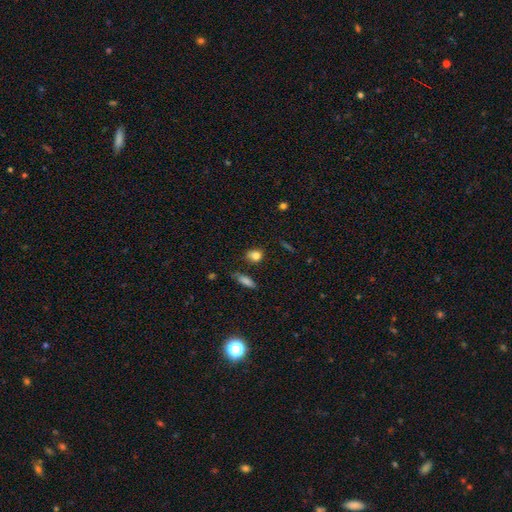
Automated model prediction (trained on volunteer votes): Smooth or featured?
  - smooth: 83% *
  - star or artifact: 10%
  - featured or disk: 7%
How rounded?
  - in between: 53% *
  - round: 43%
  - cigar-shaped: 4%
Merging?
  - none: 73% *
  - minor disturbance: 18%
  - merger: 4%
  - major disturbance: 4%